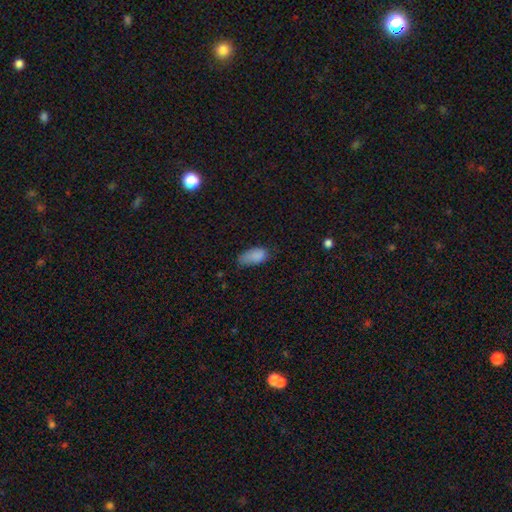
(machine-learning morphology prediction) This is clearly a smooth galaxy (86%). How rounded: clearly in between (92%). Merging: possibly none (48%).